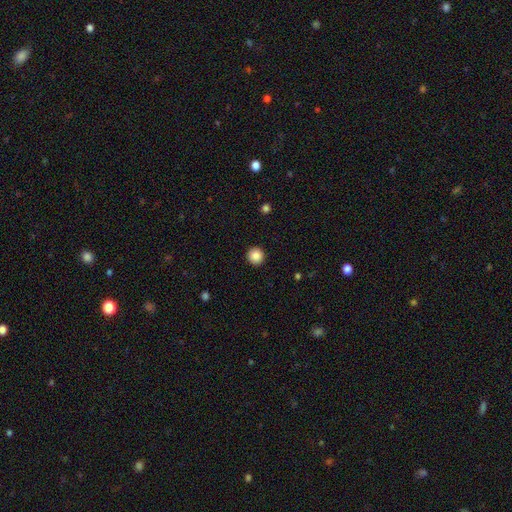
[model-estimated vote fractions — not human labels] A smooth galaxy with no disk features (87%) that is round (96%). Merging: none (93%).